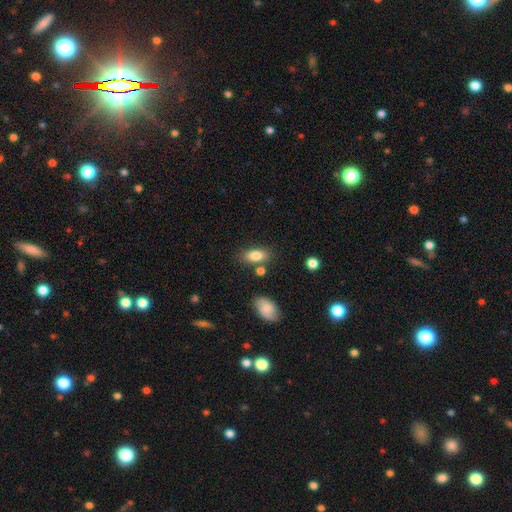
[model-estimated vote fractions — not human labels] smooth_or_featured: smooth (p=0.81) [alt: featured or disk p=0.11]
how_rounded: in between (p=0.87) [alt: cigar-shaped p=0.09]
merging: none (p=0.75) [alt: minor disturbance p=0.13]